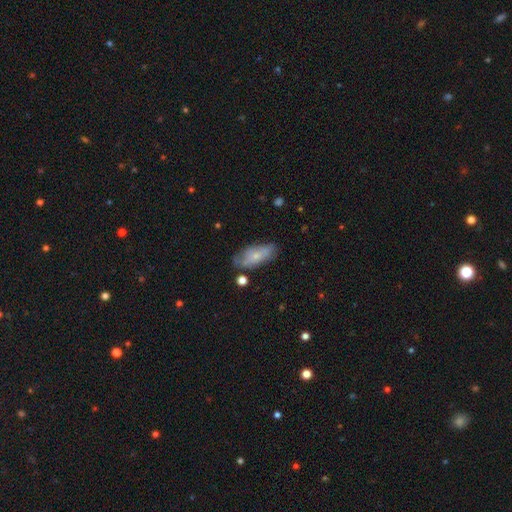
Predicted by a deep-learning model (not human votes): A smooth galaxy with no disk features (59%) that is in between round and cigar-shaped (80%). Merging: none (63%).